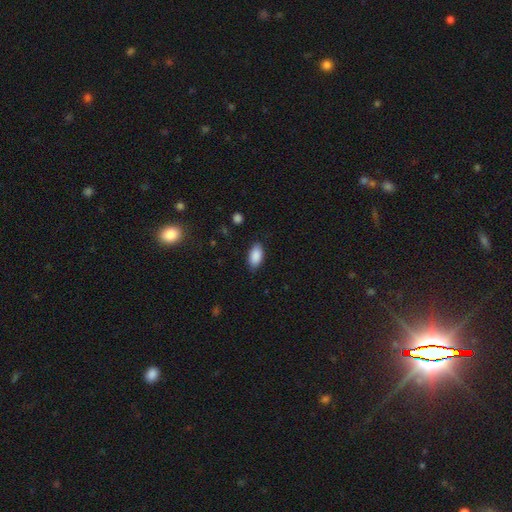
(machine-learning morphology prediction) Overall: smooth (89%). How rounded: in between (93%). Merging: none (83%).